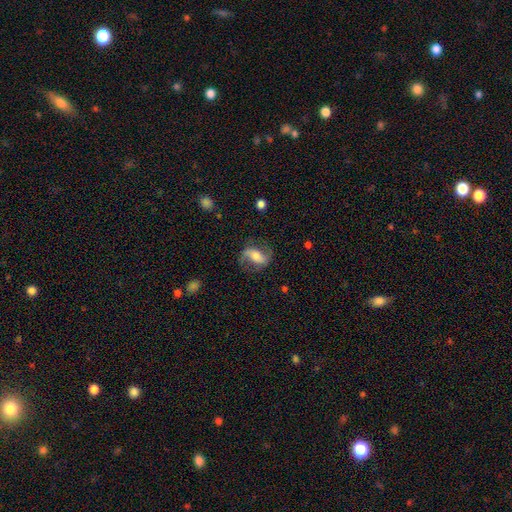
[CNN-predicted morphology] A featured or disk galaxy (67%) with a strong bar (42%), 2 (87%) loose (44%) spiral arms (88%) and a moderate central bulge (51%). Merging: none (70%).